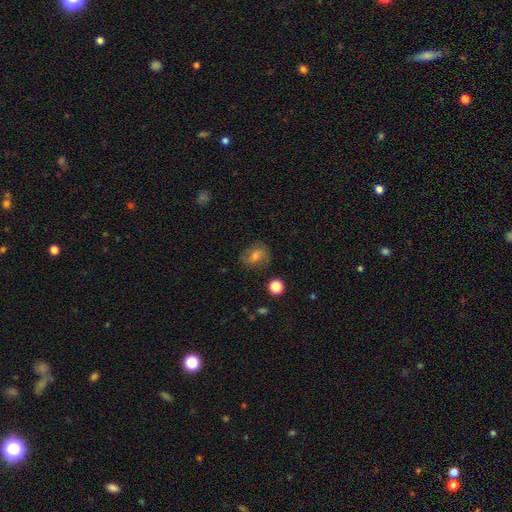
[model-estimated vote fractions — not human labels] smooth_or_featured: smooth (p=0.53) [alt: featured or disk p=0.31]
how_rounded: in between (p=0.49) [tied with: round p=0.49]
merging: none (p=0.77) [alt: minor disturbance p=0.16]